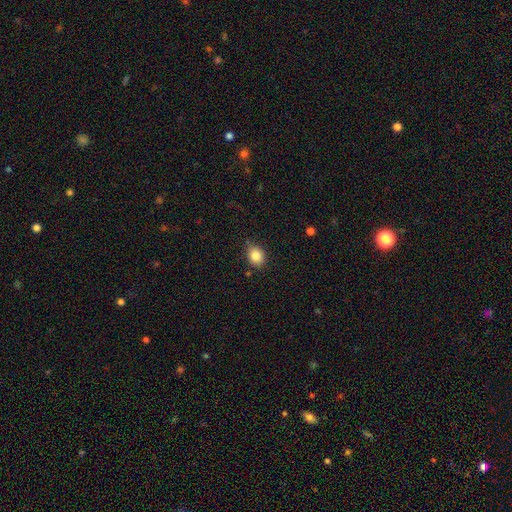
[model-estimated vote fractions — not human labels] smooth_or_featured: smooth (p=0.84) [alt: star or artifact p=0.09]
how_rounded: round (p=0.54) [alt: in between p=0.45]
merging: none (p=0.75) [alt: minor disturbance p=0.19]